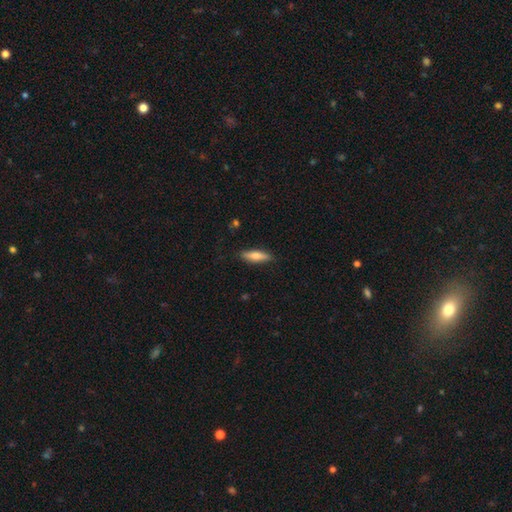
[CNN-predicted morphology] Overall: smooth (63%; featured or disk 30%). How rounded: cigar-shaped (64%; in between 34%). Merging: none (86%).